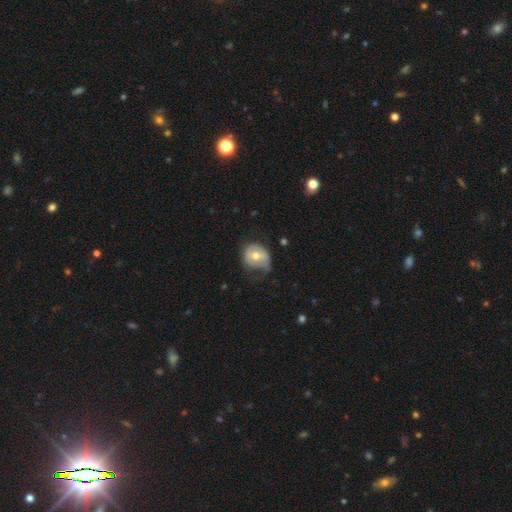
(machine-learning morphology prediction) A smooth galaxy with no disk features (56%) that is round (68%).

Vote fractions:
- Smooth or featured? smooth: 56% / featured or disk: 37% / star or artifact: 7%
- How rounded? round: 68% / in between: 31% / cigar-shaped: 1%
- Merging? none: 38% (tied) / minor disturbance: 38% (tied) / major disturbance: 22% / merger: 2%